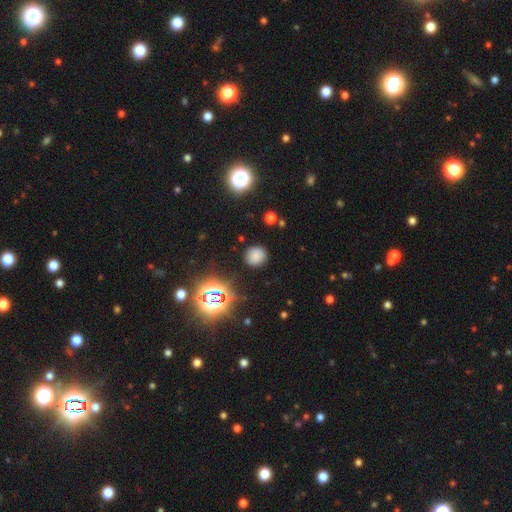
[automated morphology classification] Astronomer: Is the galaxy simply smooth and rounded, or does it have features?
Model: smooth — 71%.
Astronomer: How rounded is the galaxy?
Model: round — 89%.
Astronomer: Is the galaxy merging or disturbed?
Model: none — 86%.